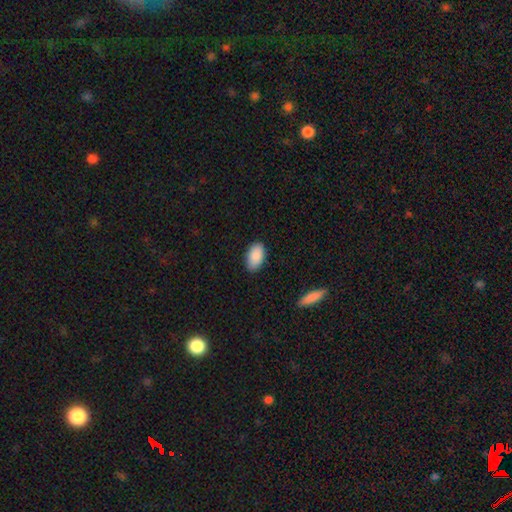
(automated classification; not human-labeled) Smooth or featured?
  - smooth: 90% *
  - star or artifact: 6%
  - featured or disk: 4%
How rounded?
  - in between: 95% *
  - round: 4%
  - cigar-shaped: 2%
Merging?
  - none: 86% *
  - minor disturbance: 11%
  - major disturbance: 2%
  - merger: 1%